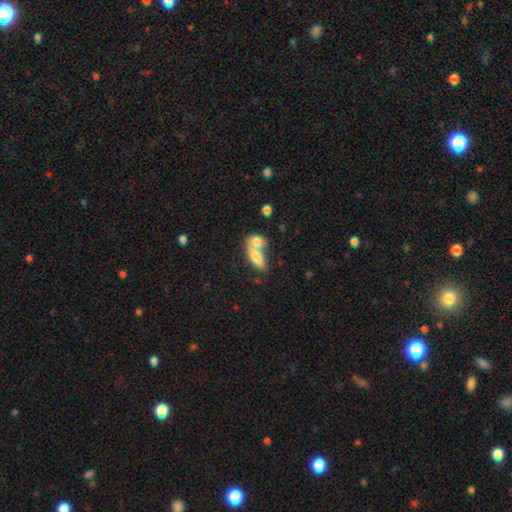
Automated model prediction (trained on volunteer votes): Smooth or featured: smooth — 74% (featured or disk — 20%)
How rounded: in between — 75% (cigar-shaped — 18%)
Merging: merger — 64% (none — 24%)